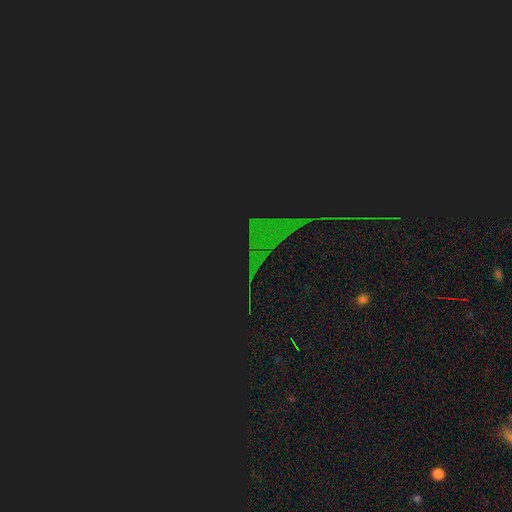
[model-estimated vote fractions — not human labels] Smooth or featured? Predicted: star or artifact (p=0.80).